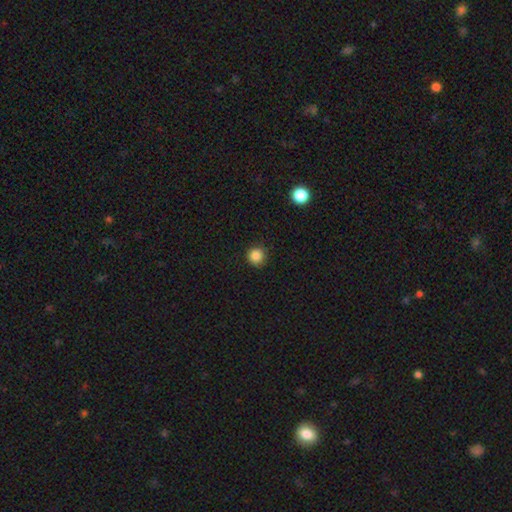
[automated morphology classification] Smooth or featured?
  - smooth: 86% *
  - star or artifact: 11%
  - featured or disk: 3%
How rounded?
  - round: 94% *
  - in between: 5%
  - cigar-shaped: 1%
Merging?
  - none: 89% *
  - minor disturbance: 8%
  - major disturbance: 2%
  - merger: 1%